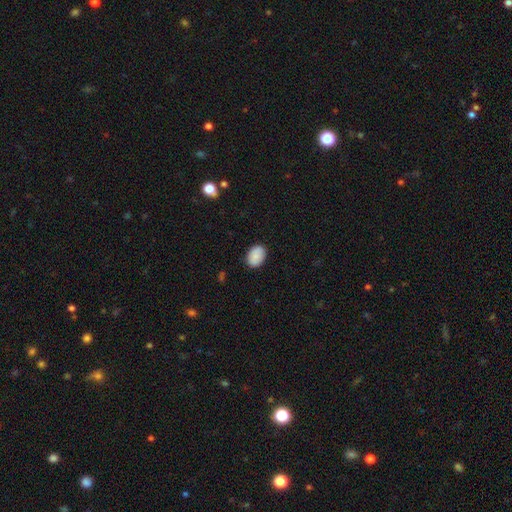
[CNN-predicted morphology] Overall: smooth (87%). How rounded: in between (81%). Merging: none (86%).